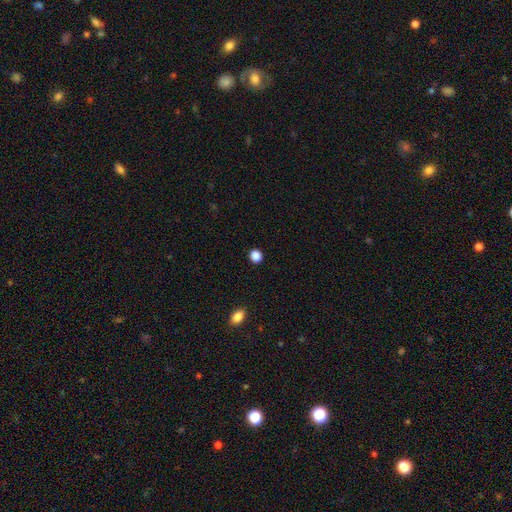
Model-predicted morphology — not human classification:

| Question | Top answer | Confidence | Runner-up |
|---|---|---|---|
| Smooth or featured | smooth | 87% | star or artifact (11%) |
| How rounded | round | 82% | in between (17%) |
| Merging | none | 91% | minor disturbance (5%) |